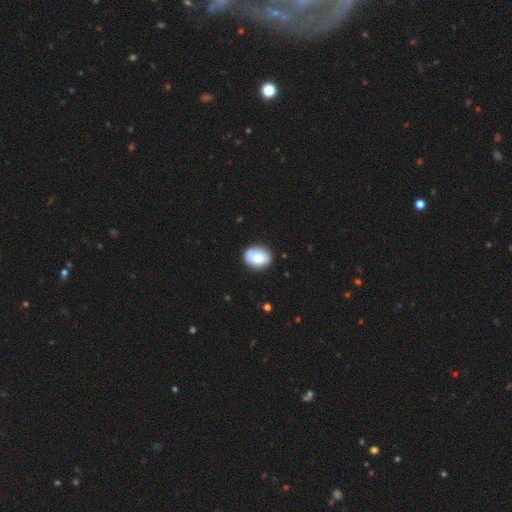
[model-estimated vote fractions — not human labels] Q: Smooth or featured?
A: smooth (78%); runner-up: featured or disk (15%)
Q: How rounded?
A: in between (61%); runner-up: round (38%)
Q: Merging?
A: none (77%); runner-up: minor disturbance (18%)